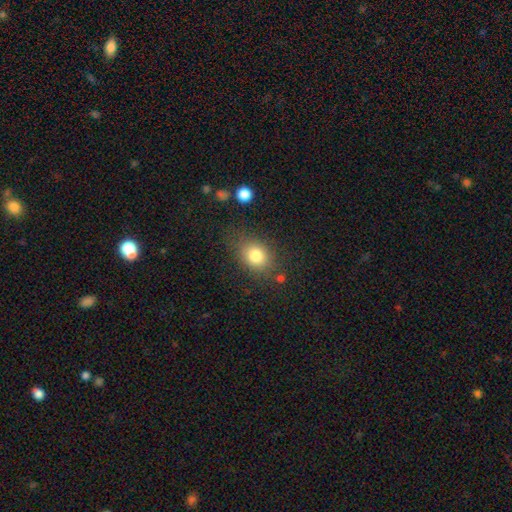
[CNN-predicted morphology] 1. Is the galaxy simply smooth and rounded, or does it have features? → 81% smooth, 10% star or artifact, 9% featured or disk.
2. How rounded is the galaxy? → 54% round, 45% in between, 1% cigar-shaped.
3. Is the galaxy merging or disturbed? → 74% none, 17% minor disturbance, 6% major disturbance, 4% merger.